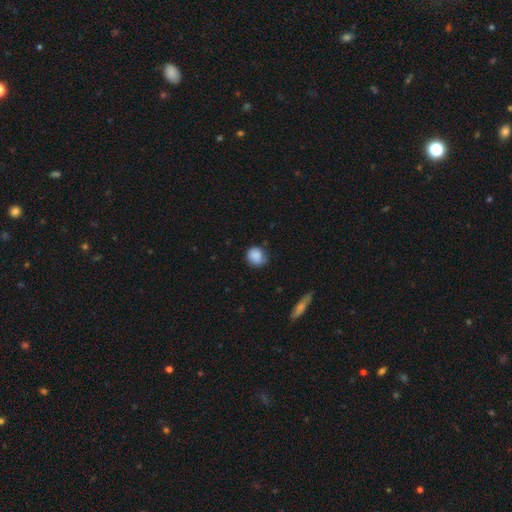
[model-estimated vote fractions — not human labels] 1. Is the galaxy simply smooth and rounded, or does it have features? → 84% smooth, 9% featured or disk, 8% star or artifact.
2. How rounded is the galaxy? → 80% round, 19% in between, 1% cigar-shaped.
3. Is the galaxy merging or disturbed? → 67% none, 26% minor disturbance, 6% major disturbance, 2% merger.